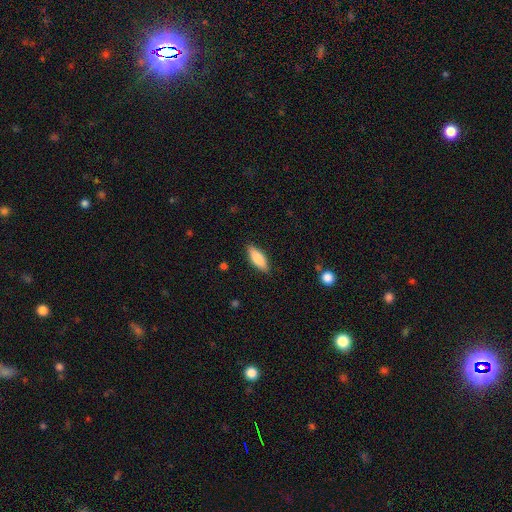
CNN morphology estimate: Smooth or featured: smooth — 79% (featured or disk — 15%)
How rounded: in between — 65% (cigar-shaped — 33%)
Merging: none — 86% (minor disturbance — 10%)